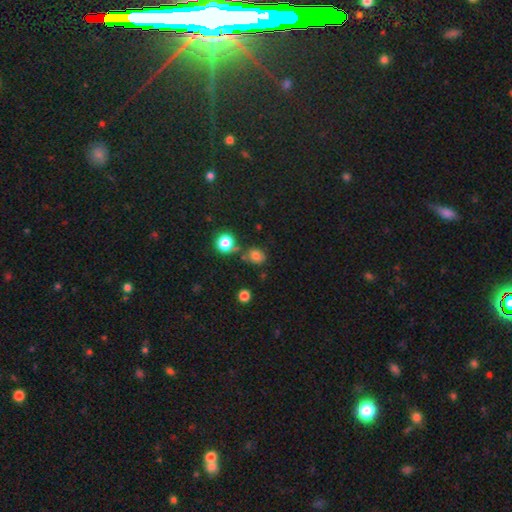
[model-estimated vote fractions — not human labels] smooth 75%, star or artifact 16%, featured or disk 8%. Down the decision tree: how rounded — round (67%); merging — none (65%).